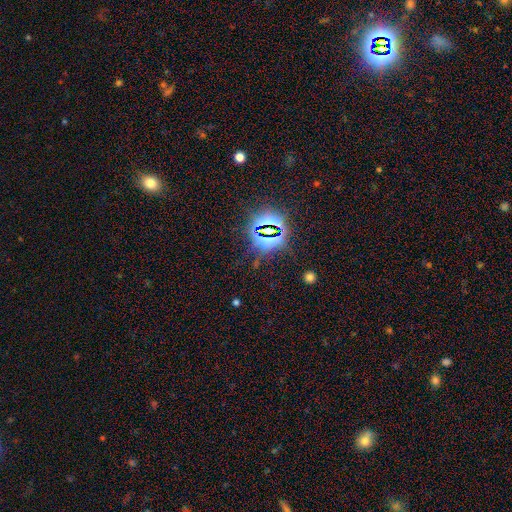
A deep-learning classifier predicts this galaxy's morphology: This is clearly a star or artifact rather than a galaxy (81%).